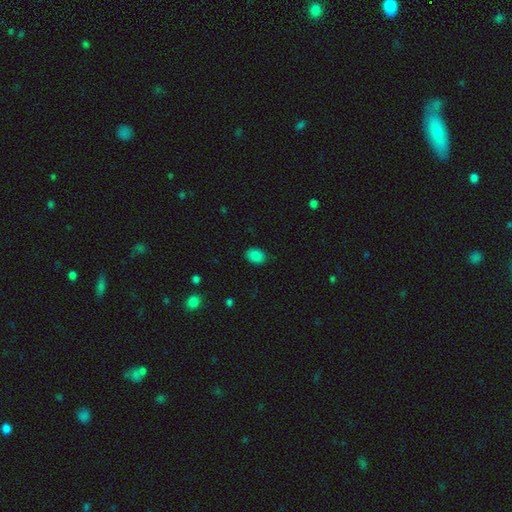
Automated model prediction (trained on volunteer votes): Smooth or featured?
  - smooth: 86% *
  - star or artifact: 11%
  - featured or disk: 3%
How rounded?
  - in between: 71% *
  - round: 28%
  - cigar-shaped: 1%
Merging?
  - none: 83% *
  - minor disturbance: 13%
  - major disturbance: 3%
  - merger: 1%